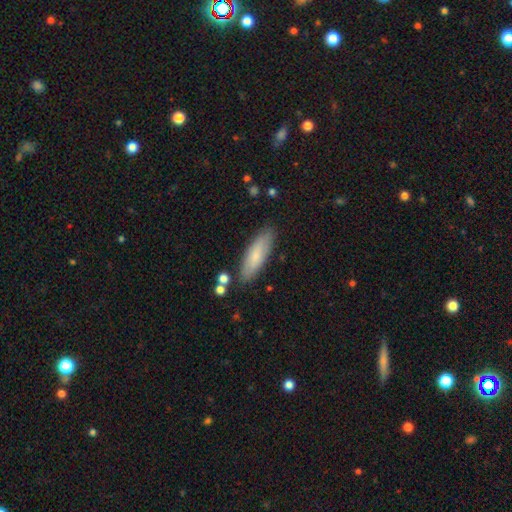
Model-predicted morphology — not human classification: Smooth or featured: smooth — 74% (featured or disk — 20%)
How rounded: cigar-shaped — 54% (in between — 45%)
Merging: none — 84% (minor disturbance — 12%)